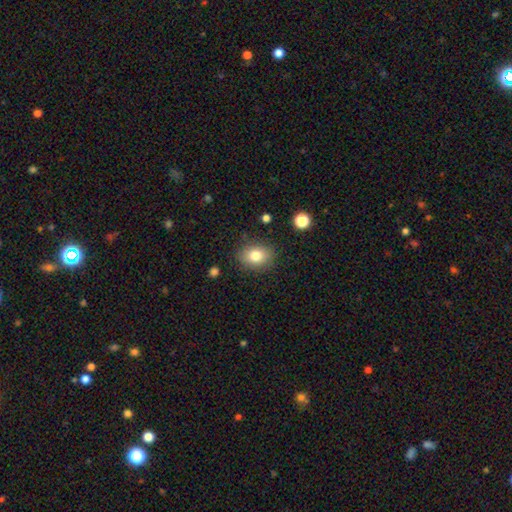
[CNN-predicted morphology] Smooth or featured? Predicted: smooth (p=0.81). How rounded? Predicted: in between (p=0.56). Merging? Predicted: none (p=0.85).